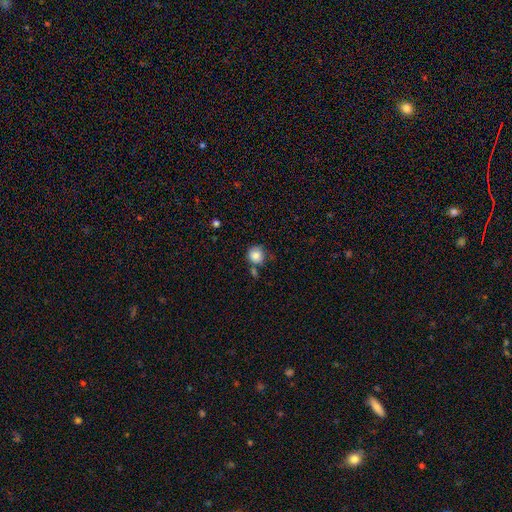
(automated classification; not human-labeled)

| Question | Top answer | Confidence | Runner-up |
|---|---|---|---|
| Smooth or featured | smooth | 84% | star or artifact (10%) |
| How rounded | round | 90% | in between (9%) |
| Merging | none | 62% | minor disturbance (20%) |